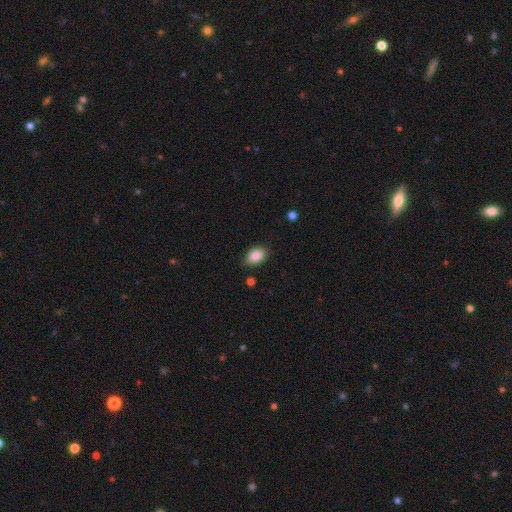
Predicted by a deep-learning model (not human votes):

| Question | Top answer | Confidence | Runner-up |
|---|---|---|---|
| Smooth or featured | smooth | 88% | star or artifact (8%) |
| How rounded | in between | 87% | round (12%) |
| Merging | none | 85% | minor disturbance (11%) |